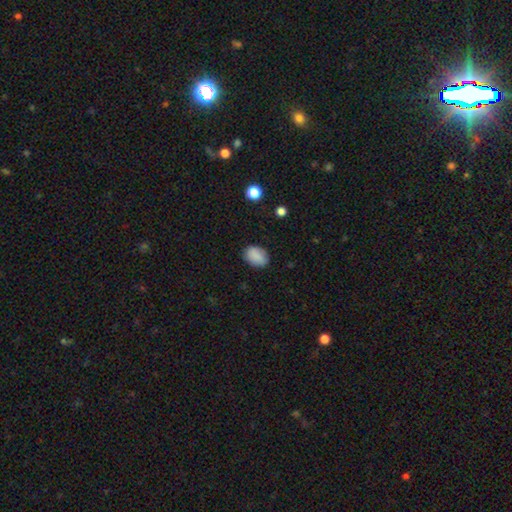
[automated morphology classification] smooth 87%, star or artifact 8%, featured or disk 5%. Down the decision tree: how rounded — in between (77%); merging — none (84%).